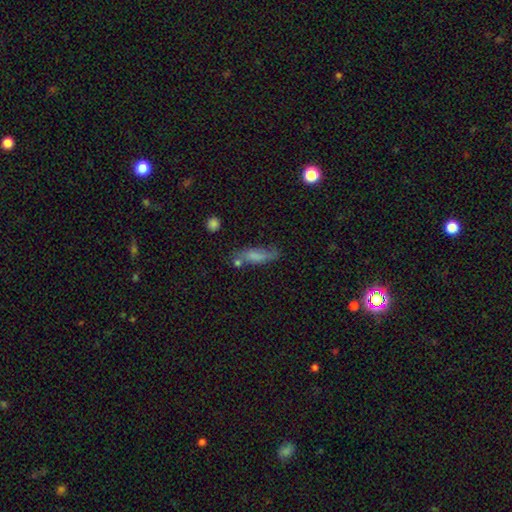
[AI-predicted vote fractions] This appears to be a smooth galaxy with no disk features (74%) that is cigar-shaped (53%). Merging: none (58%).